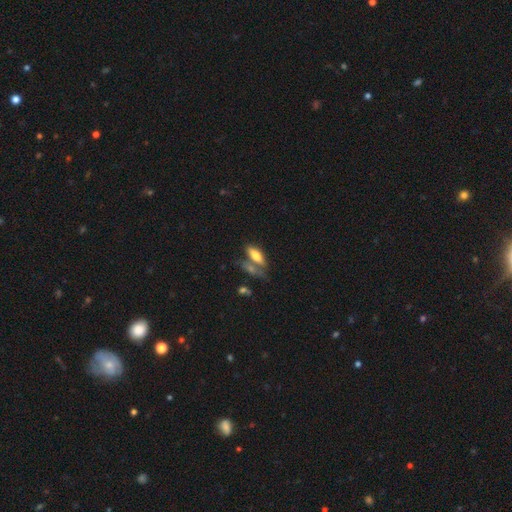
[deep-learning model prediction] A smooth galaxy with no disk features (70%) that is in between round and cigar-shaped (70%). Merging: none (48%).